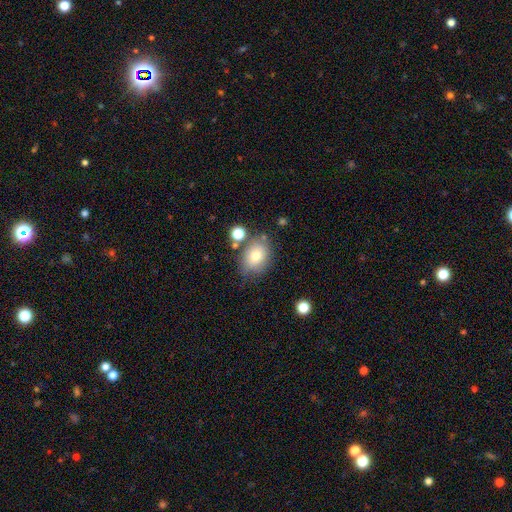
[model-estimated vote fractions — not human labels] A smooth galaxy with no disk features (75%) that is in between round and cigar-shaped (65%). Merging: none (66%).